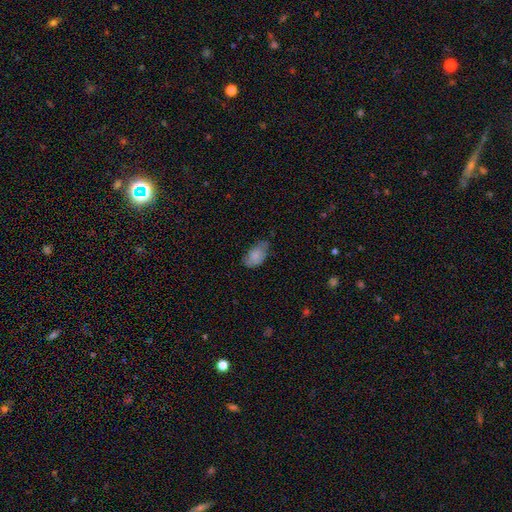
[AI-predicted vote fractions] A smooth galaxy with no disk features (80%) that is in between round and cigar-shaped (92%).

Vote fractions:
- Smooth or featured? smooth: 80% / featured or disk: 13% / star or artifact: 7%
- How rounded? in between: 92% / round: 6% / cigar-shaped: 2%
- Merging? none: 54% / minor disturbance: 36% / major disturbance: 9% / merger: 2%